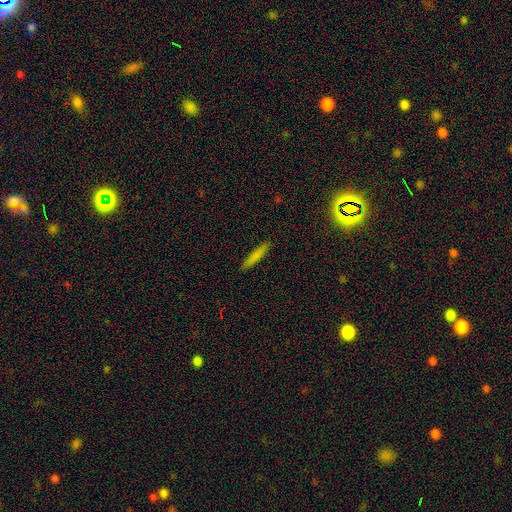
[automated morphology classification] Smooth or featured?
  - smooth: 78% *
  - featured or disk: 15%
  - star or artifact: 8%
How rounded?
  - cigar-shaped: 93% *
  - in between: 5%
  - round: 1%
Merging?
  - none: 91% *
  - minor disturbance: 6%
  - major disturbance: 2%
  - merger: 1%